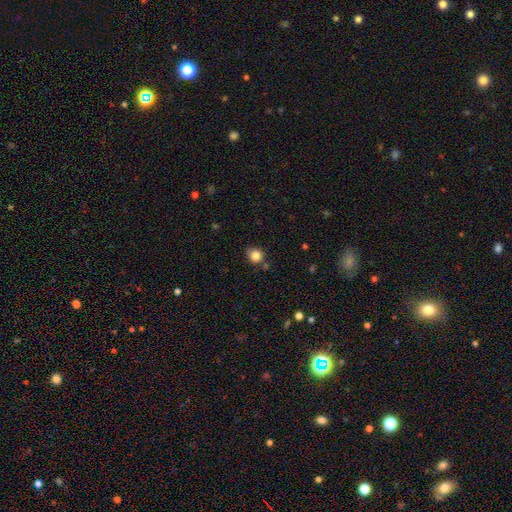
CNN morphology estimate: smooth_or_featured: smooth (p=0.84) [alt: star or artifact p=0.11]
how_rounded: round (p=0.82) [alt: in between p=0.17]
merging: none (p=0.69) [alt: minor disturbance p=0.20]